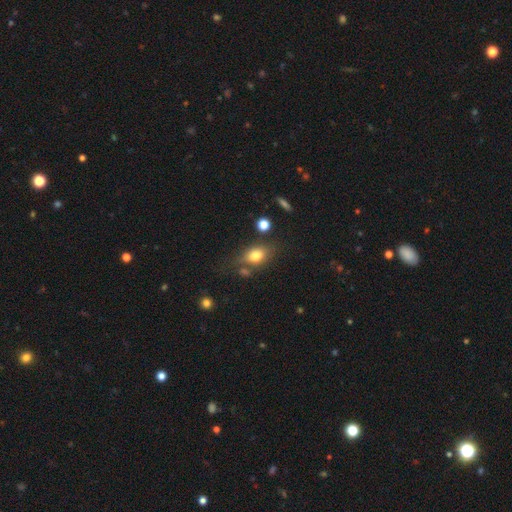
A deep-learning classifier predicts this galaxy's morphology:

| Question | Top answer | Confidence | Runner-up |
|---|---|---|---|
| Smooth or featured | smooth | 76% | featured or disk (14%) |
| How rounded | in between | 76% | round (21%) |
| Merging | none | 63% | minor disturbance (19%) |